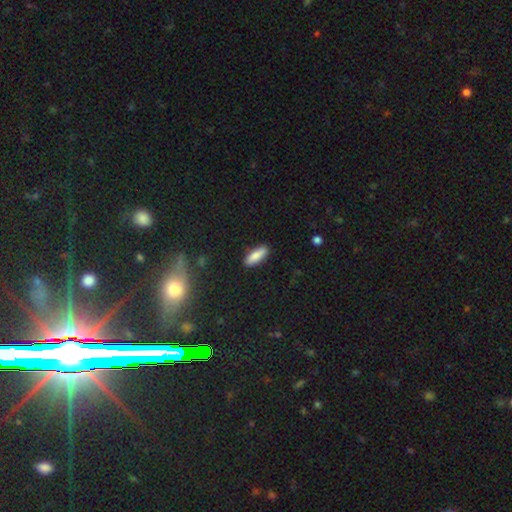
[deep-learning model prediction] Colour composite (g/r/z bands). It shows a smooth galaxy with no disk features (84%) that is in between round and cigar-shaped (57%). Merging: none (89%).